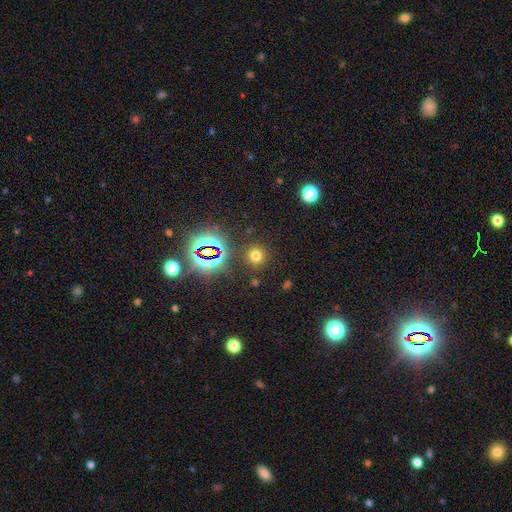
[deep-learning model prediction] Smooth or featured? Predicted: smooth (p=0.65). How rounded? Predicted: round (p=0.90). Merging? Predicted: none (p=0.87).